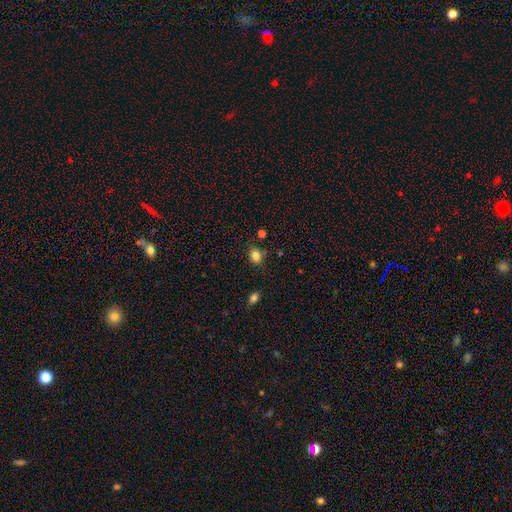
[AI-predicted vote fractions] A smooth galaxy with no disk features (82%) that is in between round and cigar-shaped (50%). Merging: none (77%).